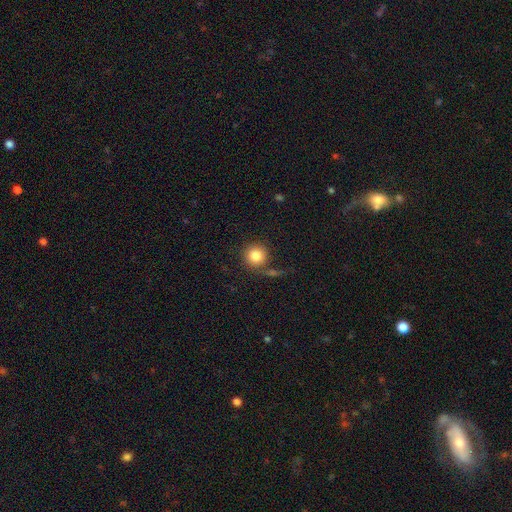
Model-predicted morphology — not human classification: smooth 84%, star or artifact 9%, featured or disk 7%. Down the decision tree: how rounded — round (94%); merging — none (71%).